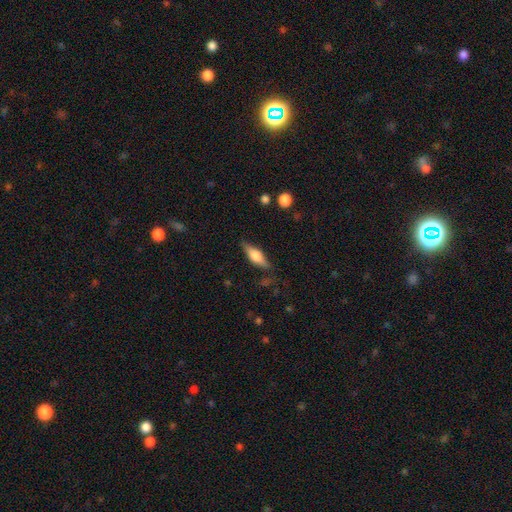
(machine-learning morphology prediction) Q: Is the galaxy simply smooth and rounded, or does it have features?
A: featured or disk — 47%.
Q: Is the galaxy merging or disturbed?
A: none — 82%.